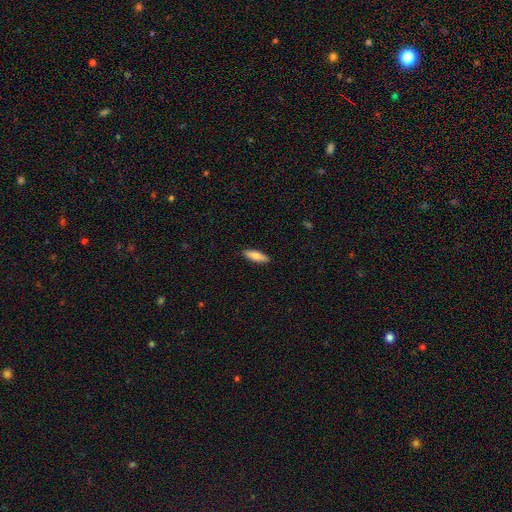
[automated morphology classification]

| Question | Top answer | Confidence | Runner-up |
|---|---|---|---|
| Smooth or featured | smooth | 82% | featured or disk (12%) |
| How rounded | cigar-shaped | 54% | in between (44%) |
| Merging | none | 90% | minor disturbance (7%) |